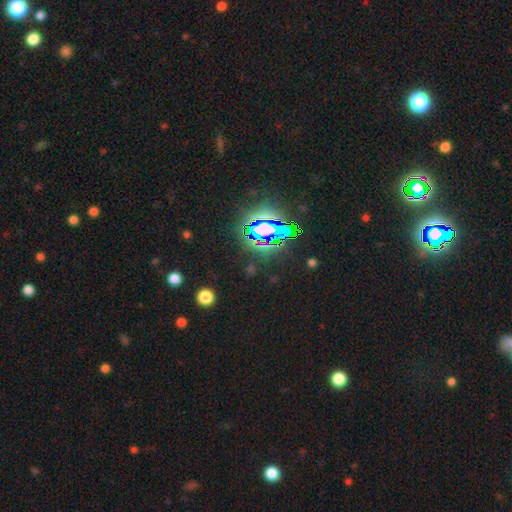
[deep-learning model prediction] The model was most divided on "smooth or featured": star or artifact: 83%, smooth: 10%, featured or disk: 7%.